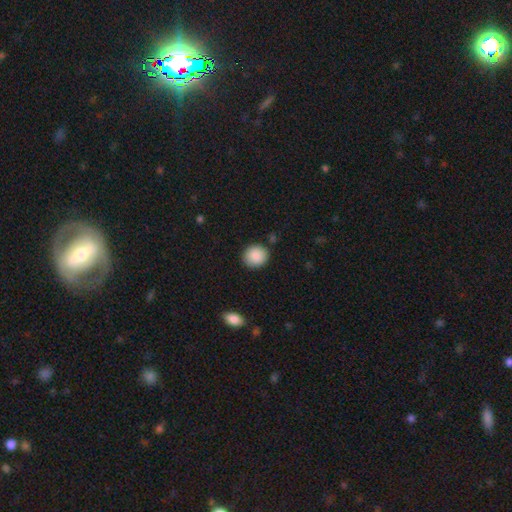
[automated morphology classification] smooth_or_featured: smooth (p=0.88) [alt: star or artifact p=0.07]
how_rounded: round (p=0.84) [alt: in between p=0.15]
merging: none (p=0.86) [alt: minor disturbance p=0.09]